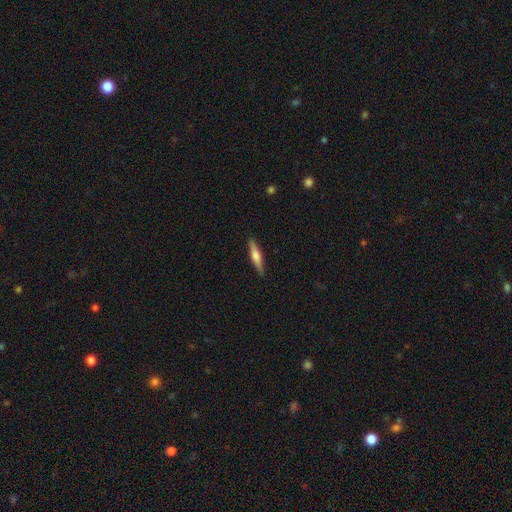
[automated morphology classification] smooth-or-featured: smooth: 47% (tied) | featured or disk: 47% (tied) | star or artifact: 6%
  merging: none: 90% | minor disturbance: 8% | major disturbance: 2% | merger: 1%